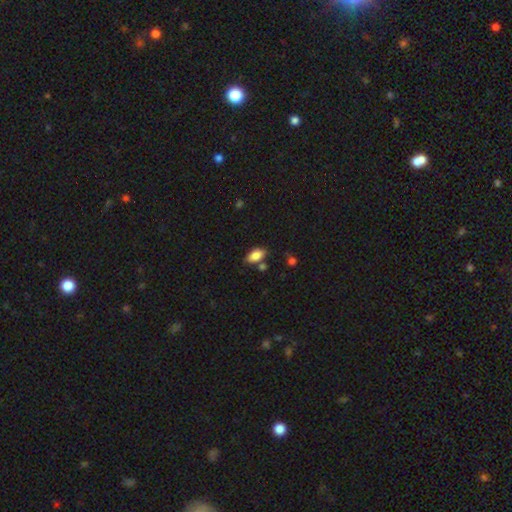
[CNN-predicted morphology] Smooth or featured: smooth — 85% (star or artifact — 7%)
How rounded: in between — 92% (cigar-shaped — 4%)
Merging: none — 74% (minor disturbance — 14%)